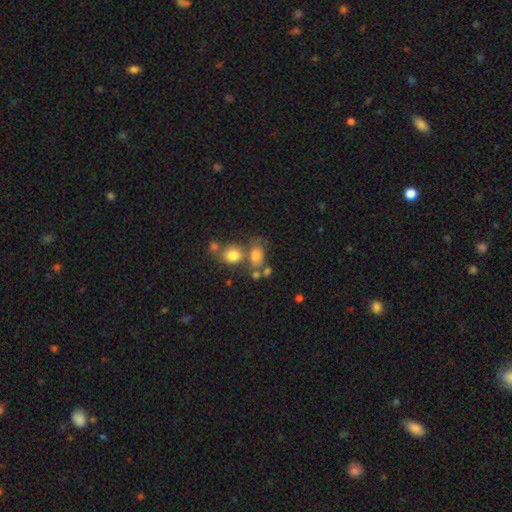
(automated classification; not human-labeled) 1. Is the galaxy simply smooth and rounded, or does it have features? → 74% smooth, 14% featured or disk, 12% star or artifact.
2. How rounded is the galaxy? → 60% in between, 38% round, 2% cigar-shaped.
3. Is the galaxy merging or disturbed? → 41% none, 36% merger, 14% minor disturbance, 9% major disturbance.